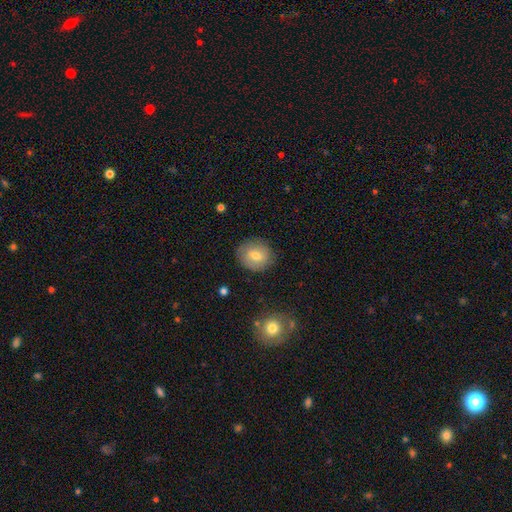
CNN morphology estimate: smooth-or-featured: smooth: 71% | featured or disk: 21% | star or artifact: 8%
  how-rounded: round: 73% | in between: 25% | cigar-shaped: 1%
  merging: none: 83% | minor disturbance: 12% | major disturbance: 4% | merger: 1%